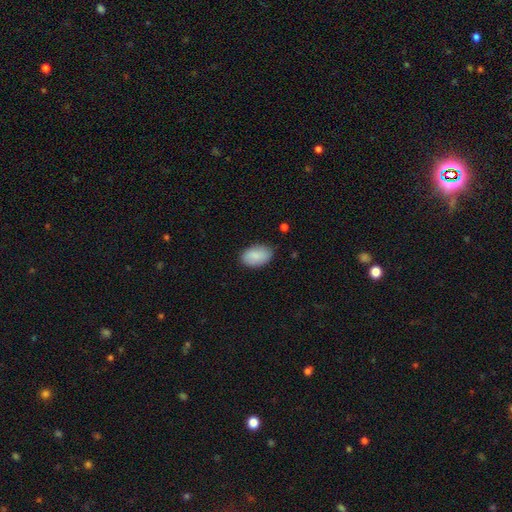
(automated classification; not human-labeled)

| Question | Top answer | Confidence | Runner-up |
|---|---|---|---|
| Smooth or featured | smooth | 88% | featured or disk (6%) |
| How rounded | in between | 92% | round (7%) |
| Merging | none | 81% | minor disturbance (15%) |